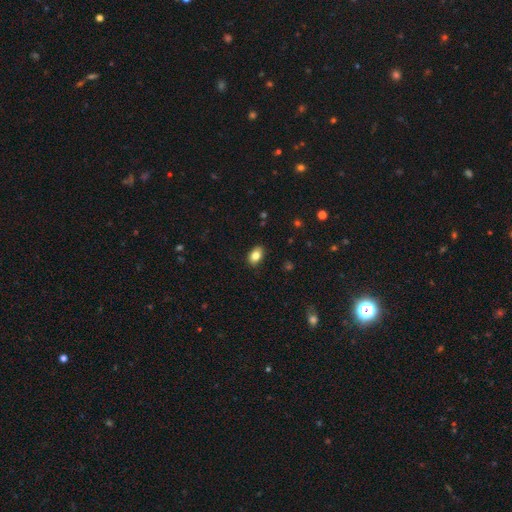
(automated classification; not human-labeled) This is clearly a smooth galaxy (83%). How rounded: clearly in between (83%). Merging: clearly none (86%).